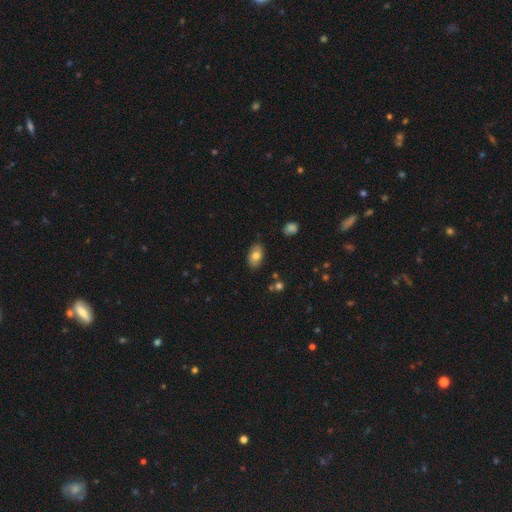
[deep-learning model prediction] Smooth or featured? smooth (78%)
How rounded? in between (90%)
Merging? none (83%)